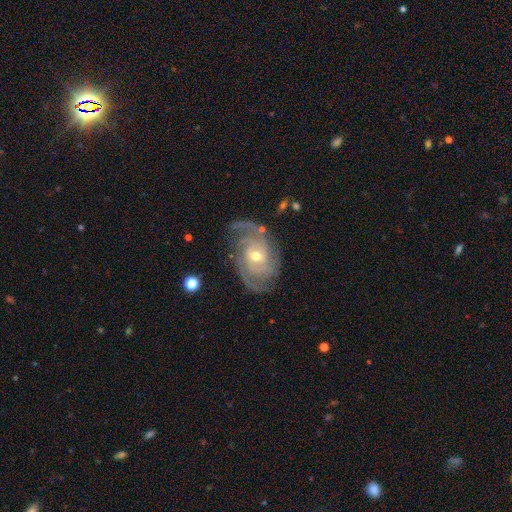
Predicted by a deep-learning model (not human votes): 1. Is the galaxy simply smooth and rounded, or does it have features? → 88% featured or disk, 7% star or artifact, 5% smooth.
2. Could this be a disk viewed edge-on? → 97% no, 3% yes.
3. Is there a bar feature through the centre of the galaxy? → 60% no, 31% weak, 9% strong.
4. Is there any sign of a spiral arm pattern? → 98% yes, 2% no.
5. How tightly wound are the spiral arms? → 61% tight, 33% medium, 7% loose.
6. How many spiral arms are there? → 31% 3, 28% 2, 17% can't tell, 11% 4, 6% 1, 6% more than 4.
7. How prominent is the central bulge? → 50% moderate, 47% small, 2% large, 1% none, 1% dominant.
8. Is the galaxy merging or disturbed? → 75% none, 16% minor disturbance, 7% major disturbance, 2% merger.